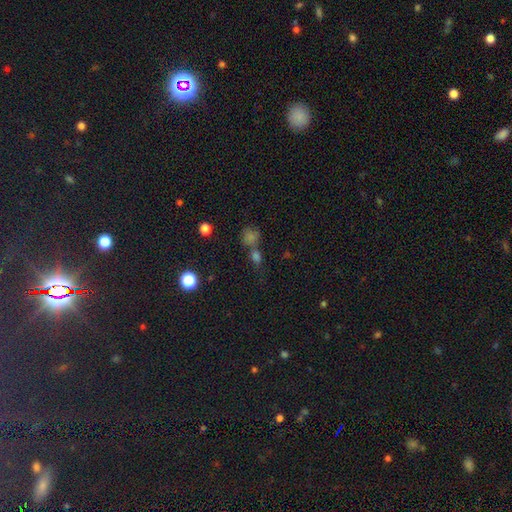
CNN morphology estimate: smooth-or-featured: smooth: 53% | star or artifact: 37% | featured or disk: 10%
  how-rounded: round: 72% | in between: 23% | cigar-shaped: 4%
  merging: none: 52% | merger: 34% | minor disturbance: 9% | major disturbance: 5%